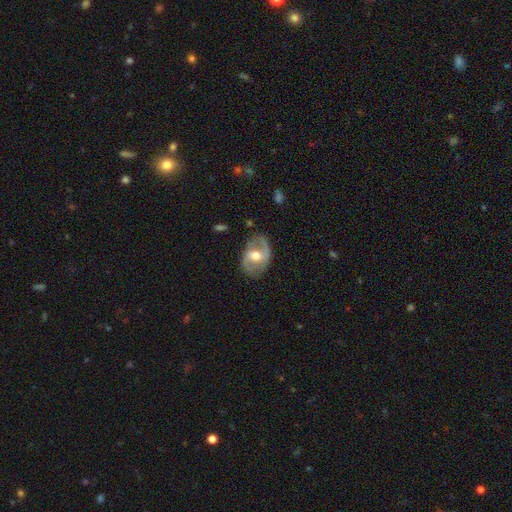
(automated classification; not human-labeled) smooth_or_featured: featured or disk (p=0.75) [alt: smooth p=0.20]
disk_edge_on: no (p=0.95) [alt: yes p=0.05]
bar: weak (p=0.45) [alt: no p=0.28]
has_spiral_arms: yes (p=0.80) [alt: no p=0.20]
spiral_winding: medium (p=0.44) [alt: loose p=0.38]
spiral_arm_count: 2 (p=0.85) [alt: can't tell p=0.07]
bulge_size: moderate (p=0.73) [alt: small p=0.12]
merging: none (p=0.75) [alt: minor disturbance p=0.17]